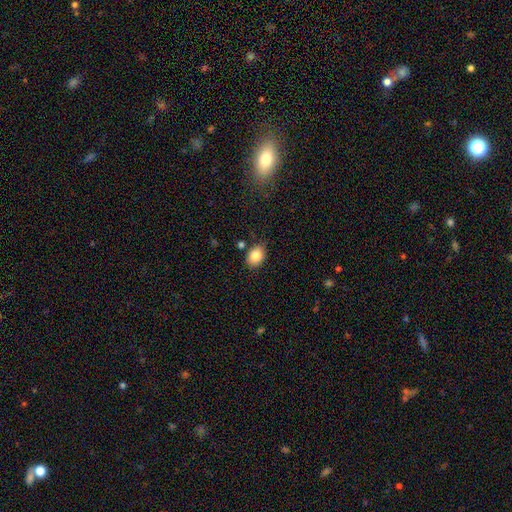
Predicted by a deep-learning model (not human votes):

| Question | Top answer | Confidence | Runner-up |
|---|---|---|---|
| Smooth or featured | smooth | 82% | featured or disk (9%) |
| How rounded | in between | 67% | round (32%) |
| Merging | none | 80% | minor disturbance (13%) |